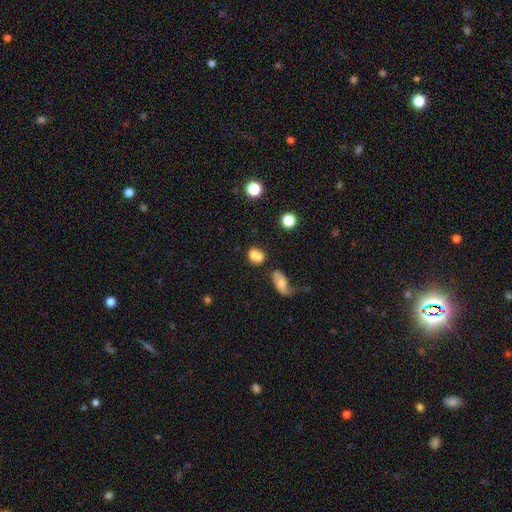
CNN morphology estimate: The model was most divided on "how rounded": round: 50%, in between: 48%, cigar-shaped: 2%. More confident: smooth or featured — smooth (72%); merging — merger (53%).